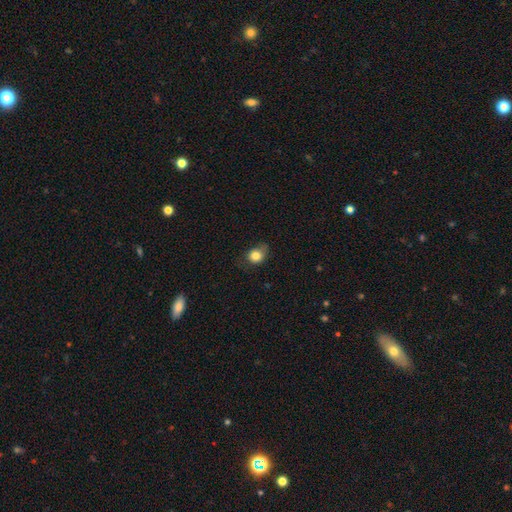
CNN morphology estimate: Smooth or featured? Predicted: smooth (p=0.81). How rounded? Predicted: round (p=0.63). Merging? Predicted: none (p=0.56).